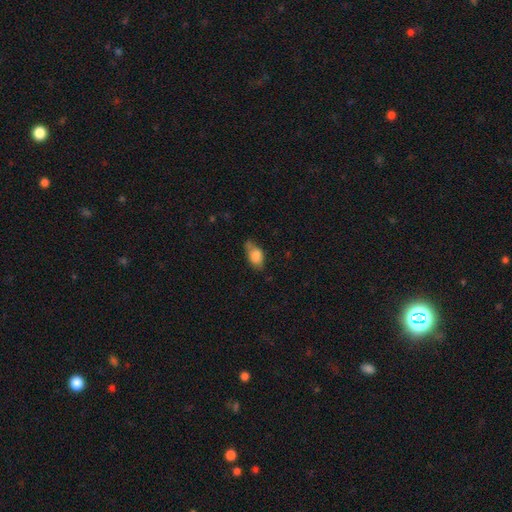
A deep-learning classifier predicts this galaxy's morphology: A smooth galaxy with no disk features (80%) that is in between round and cigar-shaped (88%). Merging: none (46%).